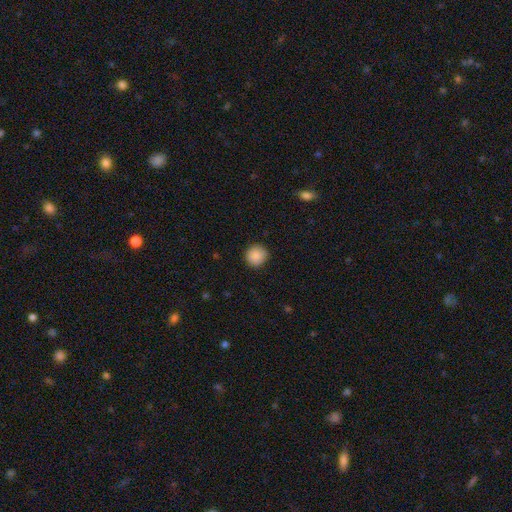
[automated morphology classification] The model was most divided on "merging": none: 88%, minor disturbance: 9%, major disturbance: 2%, merger: 1%. More confident: how rounded — round (92%); smooth or featured — smooth (88%).